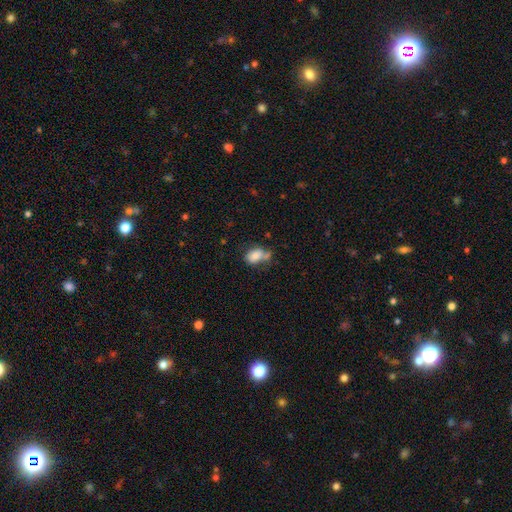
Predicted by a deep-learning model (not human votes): A smooth galaxy with no disk features (76%) that is in between round and cigar-shaped (82%). Merging: none (43%).